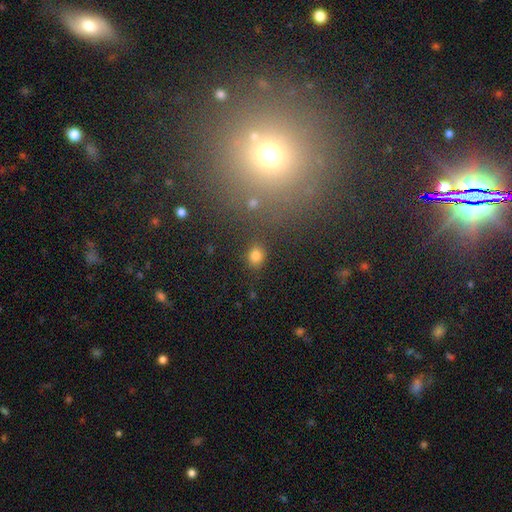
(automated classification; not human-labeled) A smooth galaxy with no disk features (81%) that is round (61%). Merging: none (83%).